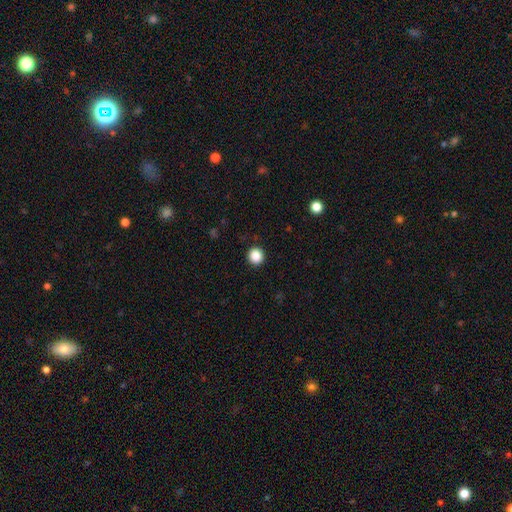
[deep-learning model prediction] The model was most divided on "smooth or featured": smooth: 87%, star or artifact: 10%, featured or disk: 3%. More confident: how rounded — round (92%); merging — none (92%).